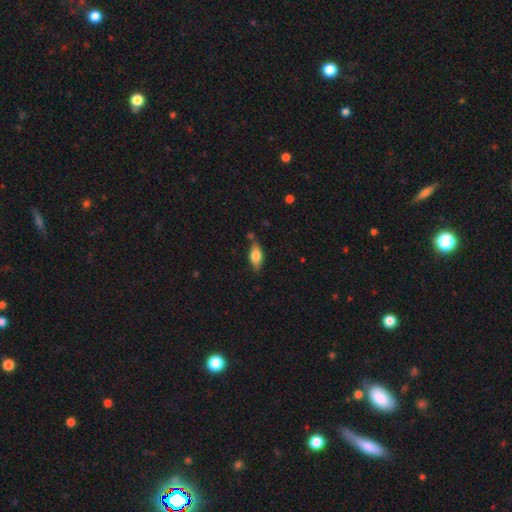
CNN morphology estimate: smooth_or_featured: smooth (p=0.72) [alt: featured or disk p=0.21]
how_rounded: in between (p=0.82) [alt: cigar-shaped p=0.14]
merging: none (p=0.70) [alt: minor disturbance p=0.20]